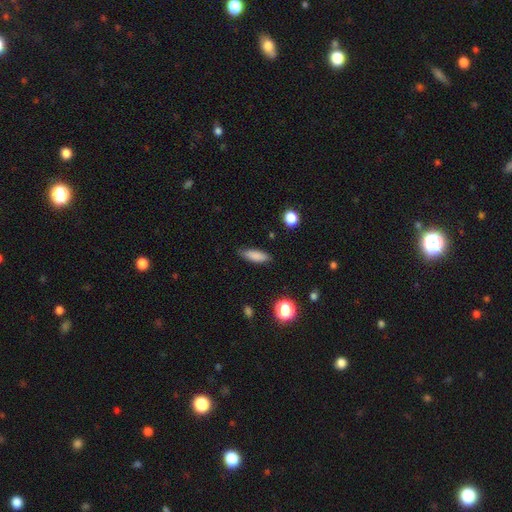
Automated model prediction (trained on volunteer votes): Q: Smooth or featured?
A: smooth (83%); runner-up: featured or disk (9%)
Q: How rounded?
A: in between (56%); runner-up: cigar-shaped (41%)
Q: Merging?
A: none (83%); runner-up: minor disturbance (13%)